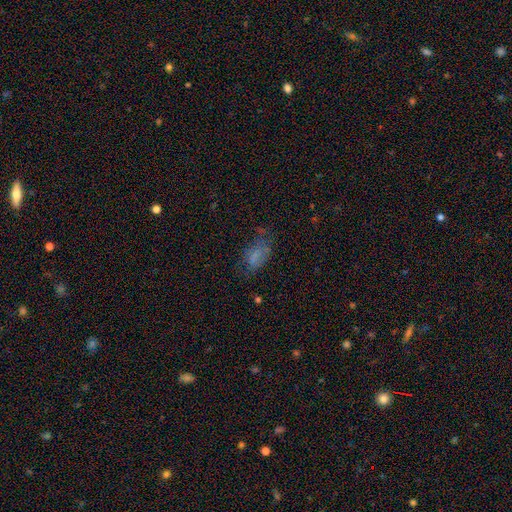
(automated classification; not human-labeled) Smooth or featured? smooth (60%)
How rounded? in between (90%)
Merging? none (43%)